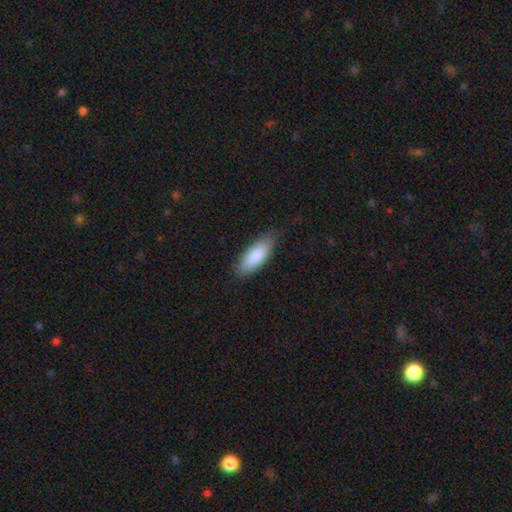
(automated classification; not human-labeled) Smooth or featured? Predicted: smooth (p=0.84). How rounded? Predicted: in between (p=0.73). Merging? Predicted: none (p=0.82).